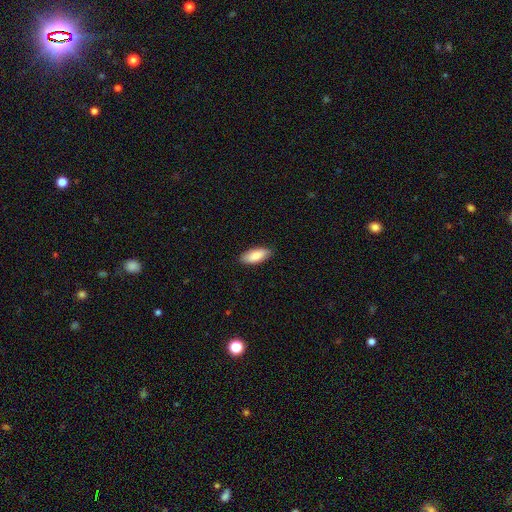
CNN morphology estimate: Q: Smooth or featured?
A: smooth (83%); runner-up: featured or disk (12%)
Q: How rounded?
A: in between (83%); runner-up: cigar-shaped (15%)
Q: Merging?
A: none (88%); runner-up: minor disturbance (9%)